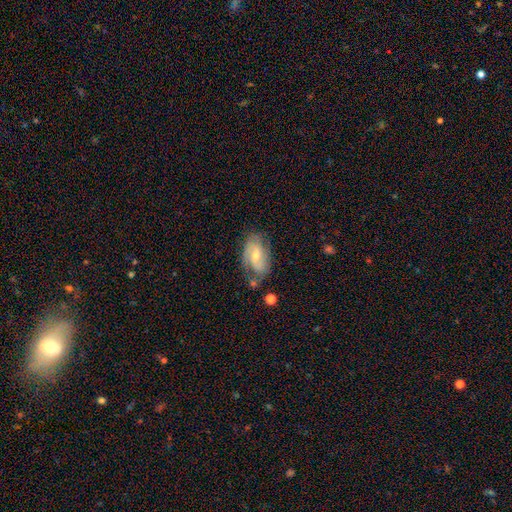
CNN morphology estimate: Smooth or featured? Predicted: featured or disk (p=0.65). Edge-on disk? Predicted: no (p=0.94). Bar? Predicted: weak (p=0.46). Spiral arms? Predicted: yes (p=0.85). Spiral winding? Predicted: medium (p=0.44). Spiral arm count? Predicted: 2 (p=0.59). Bulge size? Predicted: moderate (p=0.51). Merging? Predicted: none (p=0.55).